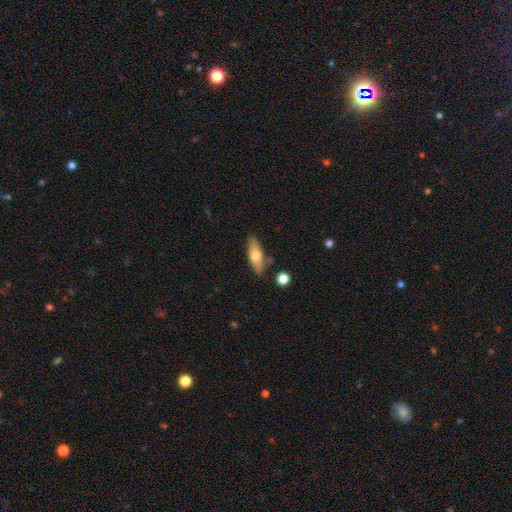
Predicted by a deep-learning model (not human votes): Morphology: type=smooth (66%); roundness=in between (64%); merging=none (77%).